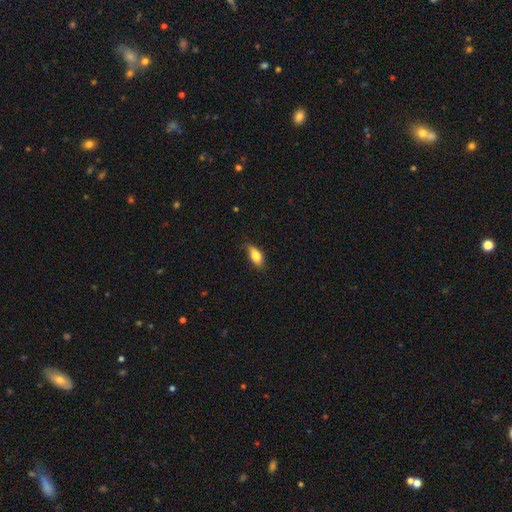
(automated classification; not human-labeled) Morphology: type=smooth (81%); roundness=in between (86%); merging=none (59%).